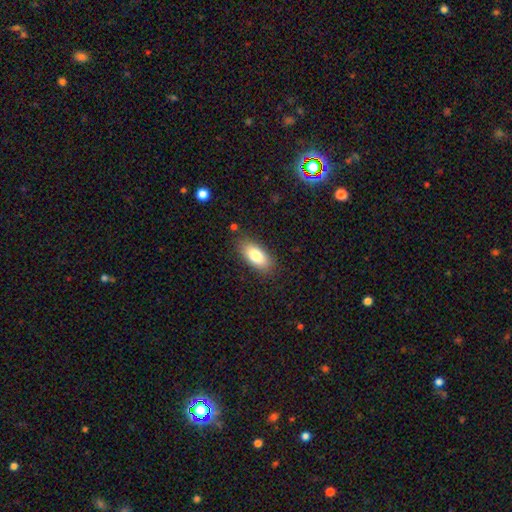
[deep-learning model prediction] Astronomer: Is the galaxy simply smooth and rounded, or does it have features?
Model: smooth — 81%.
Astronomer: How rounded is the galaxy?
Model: in between — 86%.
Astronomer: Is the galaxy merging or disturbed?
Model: none — 84%.